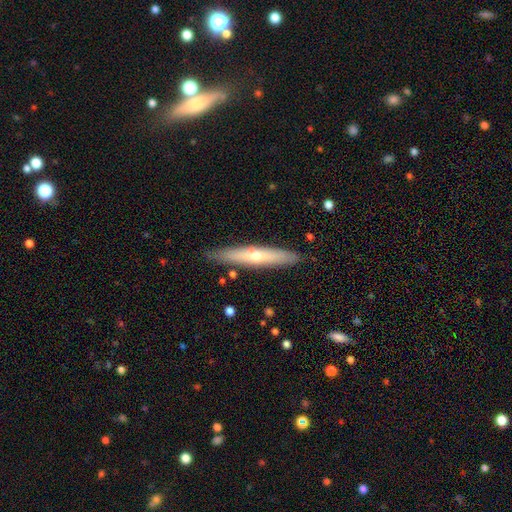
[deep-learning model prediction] Smooth or featured? Predicted: featured or disk (p=0.52). Edge-on disk? Predicted: yes (p=0.88). Merging? Predicted: none (p=0.88).